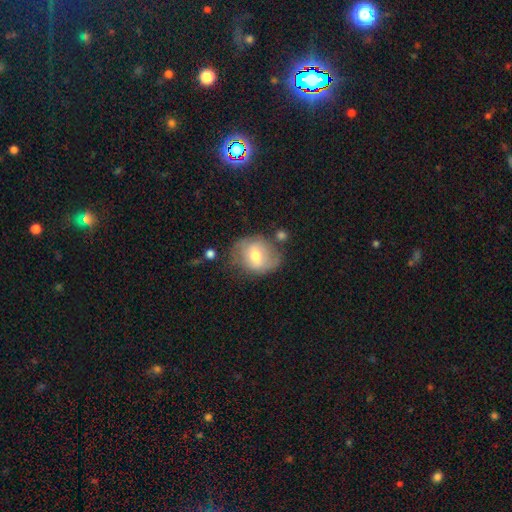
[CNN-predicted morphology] The model was most divided on "smooth or featured": smooth: 51%, featured or disk: 41%, star or artifact: 7%. More confident: merging — none (60%); how rounded — round (59%).